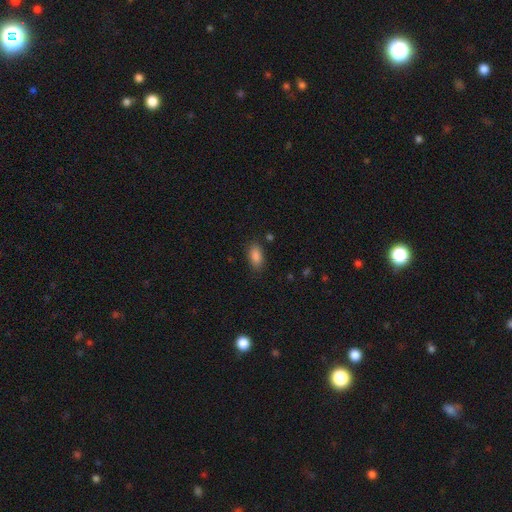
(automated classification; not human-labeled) Smooth or featured? smooth (87%)
How rounded? in between (90%)
Merging? none (84%)